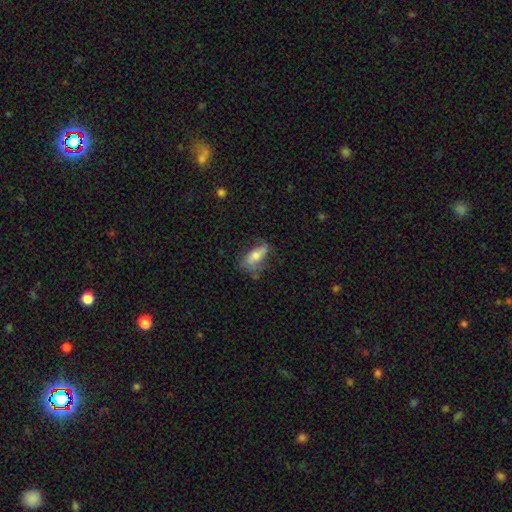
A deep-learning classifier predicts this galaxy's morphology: type=smooth (58%); roundness=in between (80%); merging=none (50%).